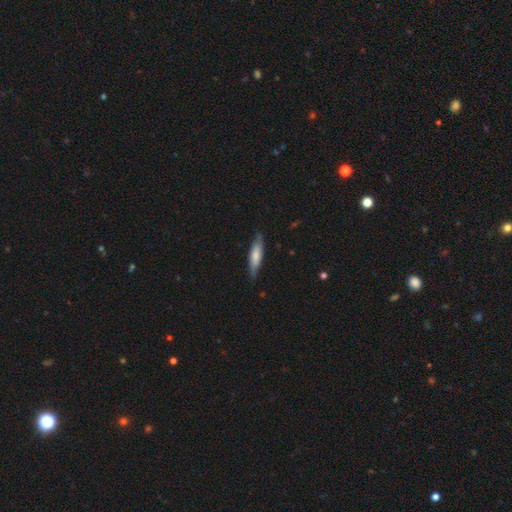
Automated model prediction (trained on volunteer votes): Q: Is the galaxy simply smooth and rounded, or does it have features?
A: smooth — 67%.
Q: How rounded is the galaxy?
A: cigar-shaped — 72%.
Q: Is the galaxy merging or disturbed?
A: none — 81%.